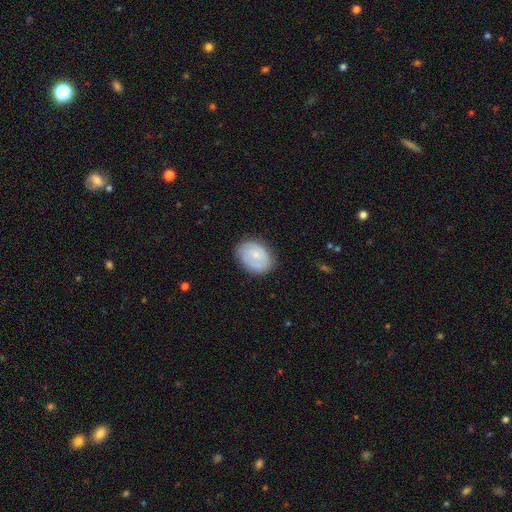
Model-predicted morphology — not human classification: Smooth or featured? featured or disk (52%)
Edge-on disk? no (97%)
Bar? no (64%)
Spiral arms? yes (75%)
Bulge size? small (62%)
Merging? none (79%)